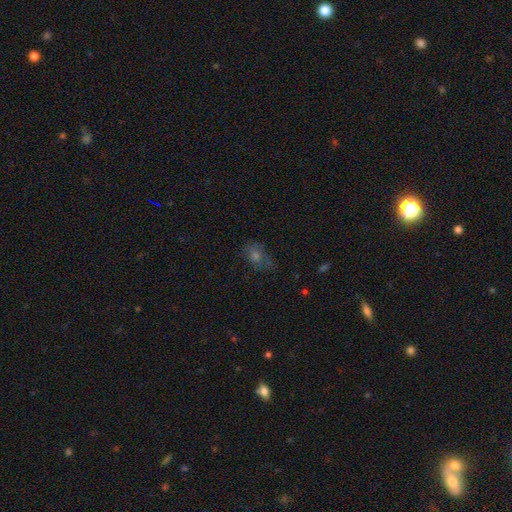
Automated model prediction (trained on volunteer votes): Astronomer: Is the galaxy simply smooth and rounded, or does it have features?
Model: smooth — 53%.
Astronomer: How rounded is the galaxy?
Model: in between — 61%.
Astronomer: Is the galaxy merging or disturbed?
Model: none — 60%.